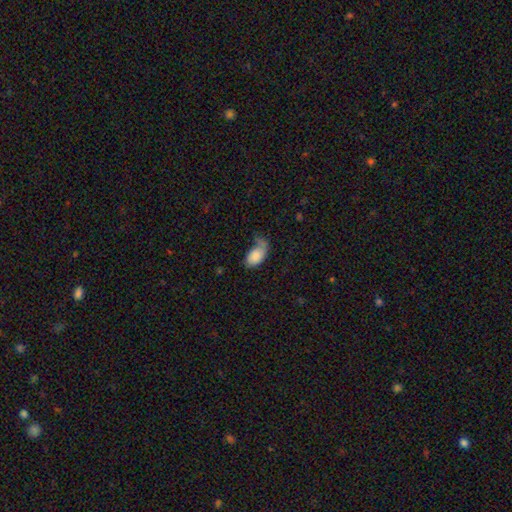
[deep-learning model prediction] Smooth or featured?
  - smooth: 79% *
  - featured or disk: 14%
  - star or artifact: 7%
How rounded?
  - in between: 92% *
  - round: 6%
  - cigar-shaped: 2%
Merging?
  - none: 33% *
  - major disturbance: 32%
  - minor disturbance: 27%
  - merger: 8%